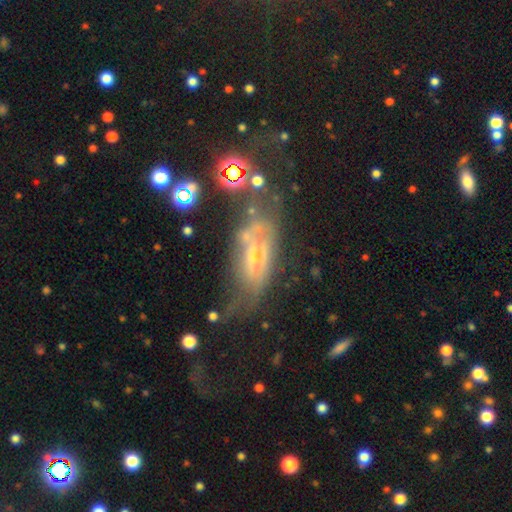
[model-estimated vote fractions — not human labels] The model was most divided on "merging": none: 34%, major disturbance: 29%, minor disturbance: 24%, merger: 13%. More confident: edge-on disk — no (83%); smooth or featured — featured or disk (59%).